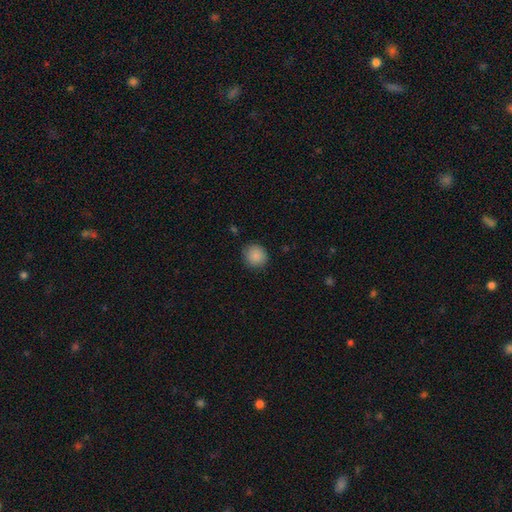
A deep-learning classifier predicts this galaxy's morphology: smooth 88%, star or artifact 8%, featured or disk 4%. Down the decision tree: how rounded — round (89%); merging — none (86%).